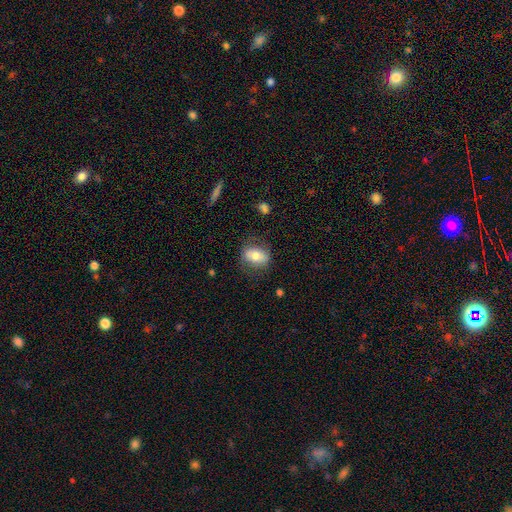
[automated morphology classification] type=smooth (67%); roundness=in between (72%); merging=none (72%).